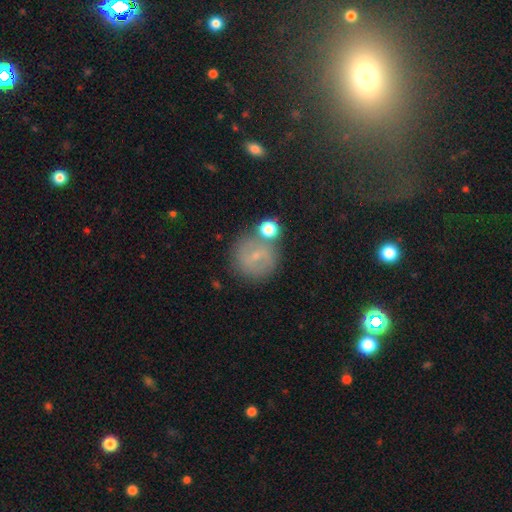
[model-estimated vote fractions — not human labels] Smooth or featured? Predicted: smooth (p=0.51). How rounded? Predicted: round (p=0.89). Merging? Predicted: none (p=0.70).